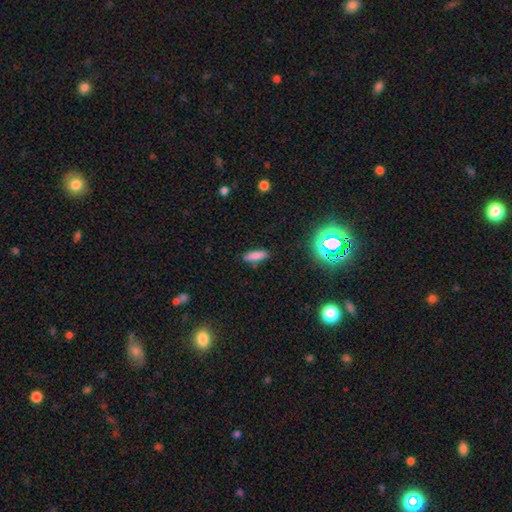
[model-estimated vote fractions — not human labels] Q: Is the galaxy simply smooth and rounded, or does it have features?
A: smooth — 80%.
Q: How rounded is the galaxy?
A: cigar-shaped — 50%.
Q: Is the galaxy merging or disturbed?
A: none — 86%.